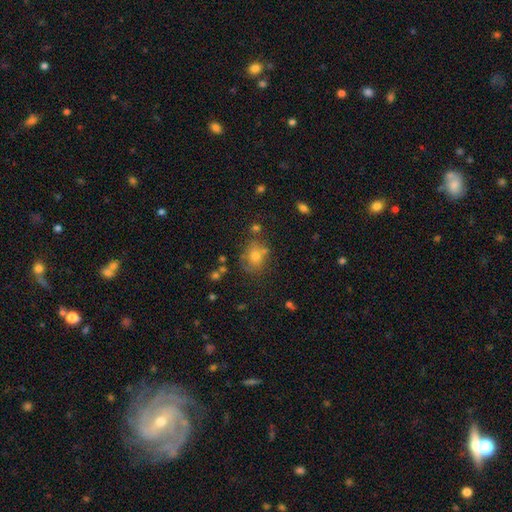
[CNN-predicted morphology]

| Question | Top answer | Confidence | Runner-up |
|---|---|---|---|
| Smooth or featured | smooth | 57% | featured or disk (22%) |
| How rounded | round | 53% | in between (46%) |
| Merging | none | 58% | minor disturbance (20%) |